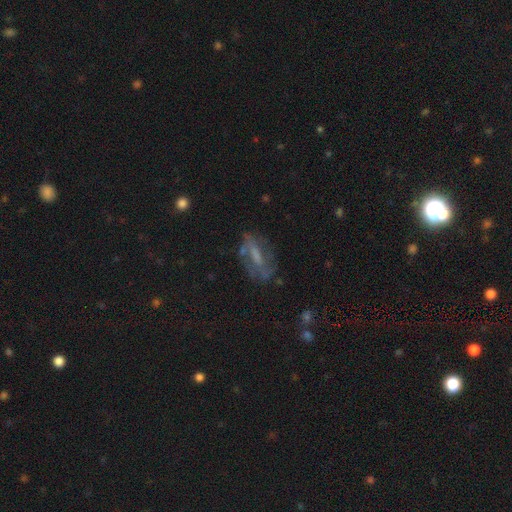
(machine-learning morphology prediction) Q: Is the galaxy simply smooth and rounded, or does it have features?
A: featured or disk — 61%.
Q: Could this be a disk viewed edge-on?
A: no — 87%.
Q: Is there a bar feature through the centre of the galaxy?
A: weak — 42%.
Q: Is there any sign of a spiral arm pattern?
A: yes — 70%.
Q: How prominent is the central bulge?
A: moderate — 34%.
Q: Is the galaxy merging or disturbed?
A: none — 62%.